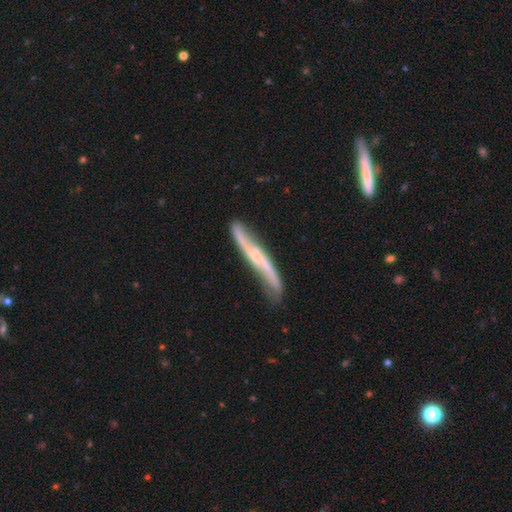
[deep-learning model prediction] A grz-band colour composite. It shows a featured or disk galaxy (80%) viewed edge-on (52%). Merging: none (69%).